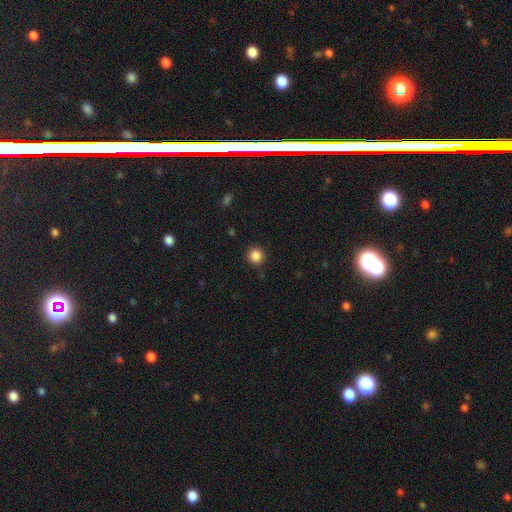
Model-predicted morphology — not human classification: smooth 86%, star or artifact 11%, featured or disk 3%. Down the decision tree: how rounded — round (94%); merging — none (91%).